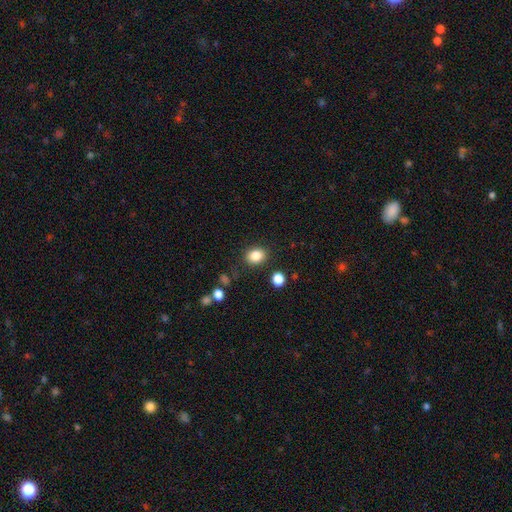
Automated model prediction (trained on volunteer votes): A smooth galaxy with no disk features (84%) that is in between round and cigar-shaped (51%).

Vote fractions:
- Smooth or featured? smooth: 84% / star or artifact: 10% / featured or disk: 6%
- How rounded? in between: 51% / round: 48% / cigar-shaped: 1%
- Merging? none: 84% / minor disturbance: 10% / major disturbance: 3% / merger: 3%